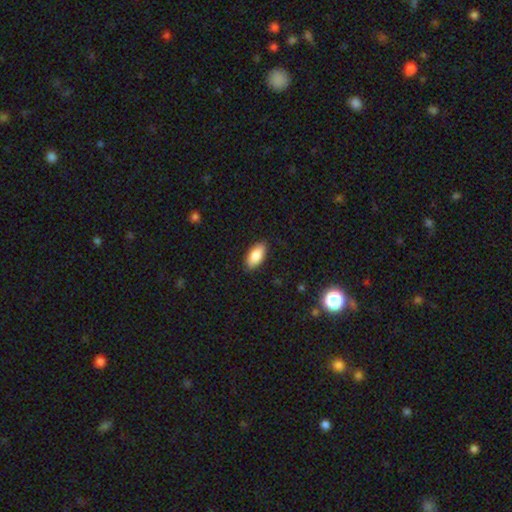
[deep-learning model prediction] Q: Smooth or featured?
A: smooth (86%); runner-up: featured or disk (8%)
Q: How rounded?
A: in between (91%); runner-up: cigar-shaped (7%)
Q: Merging?
A: none (87%); runner-up: minor disturbance (10%)